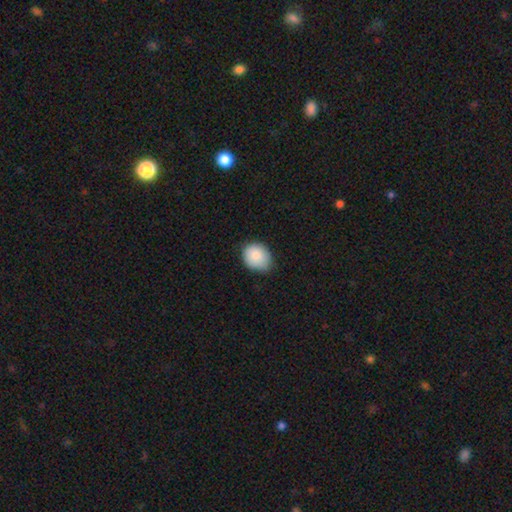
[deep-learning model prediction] smooth-or-featured: smooth: 86% | star or artifact: 7% | featured or disk: 7%
  how-rounded: round: 52% | in between: 47% | cigar-shaped: 1%
  merging: none: 64% | minor disturbance: 31% | major disturbance: 4% | merger: 1%